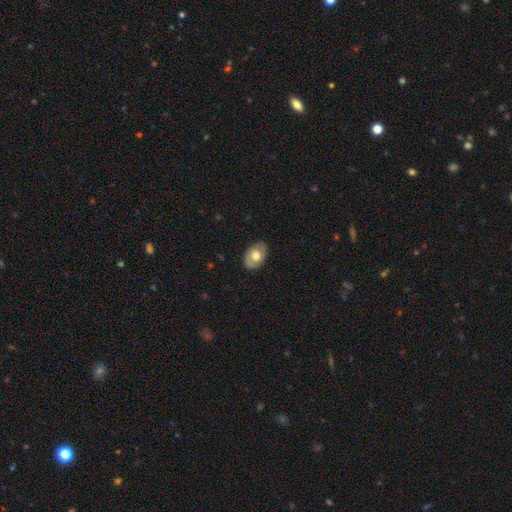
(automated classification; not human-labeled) smooth 65%, featured or disk 29%, star or artifact 7%. Down the decision tree: how rounded — in between (83%); merging — none (82%).